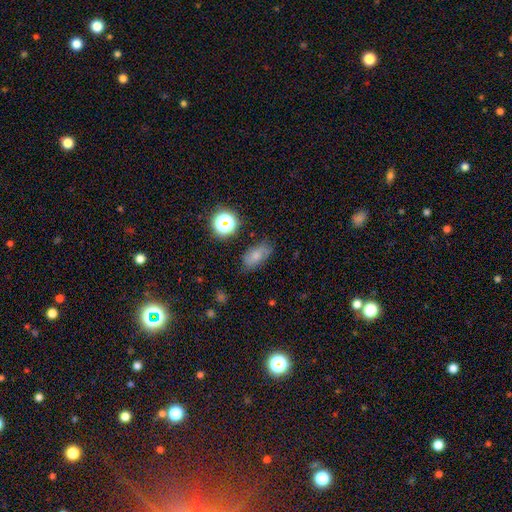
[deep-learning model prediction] This is possibly a smooth galaxy (57%). How rounded: clearly in between (85%). Merging: likely none (71%).